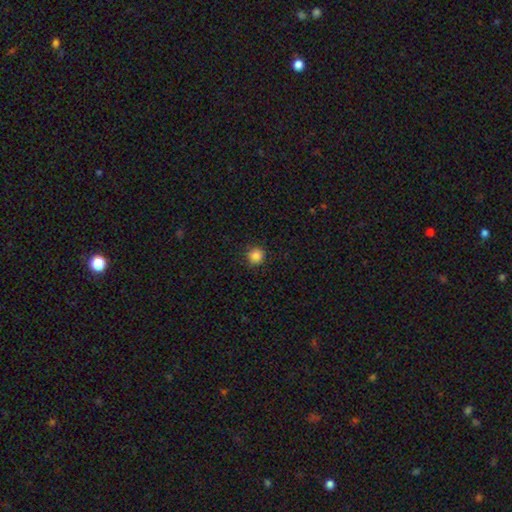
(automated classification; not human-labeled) Smooth or featured?
  - smooth: 85% *
  - star or artifact: 11%
  - featured or disk: 4%
How rounded?
  - round: 93% *
  - in between: 6%
  - cigar-shaped: 1%
Merging?
  - none: 90% *
  - minor disturbance: 7%
  - major disturbance: 2%
  - merger: 1%